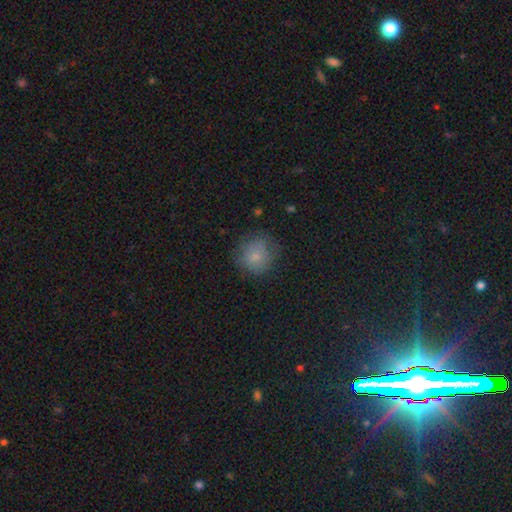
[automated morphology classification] The model was most divided on "merging": none: 70%, minor disturbance: 21%, major disturbance: 8%, merger: 1%. More confident: how rounded — round (87%); smooth or featured — smooth (79%).